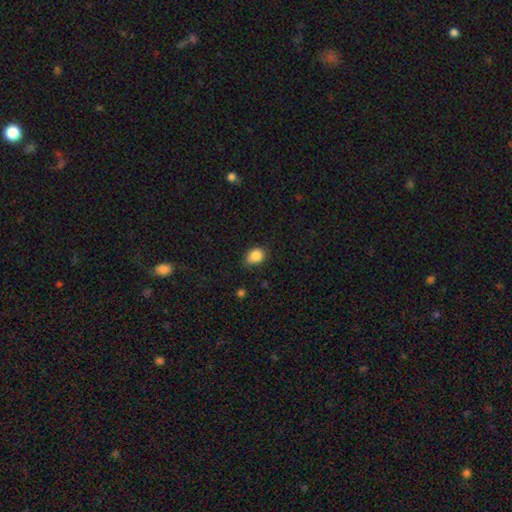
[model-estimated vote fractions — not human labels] The model was most divided on "how rounded": in between: 55%, round: 44%, cigar-shaped: 1%. More confident: smooth or featured — smooth (86%); merging — none (69%).